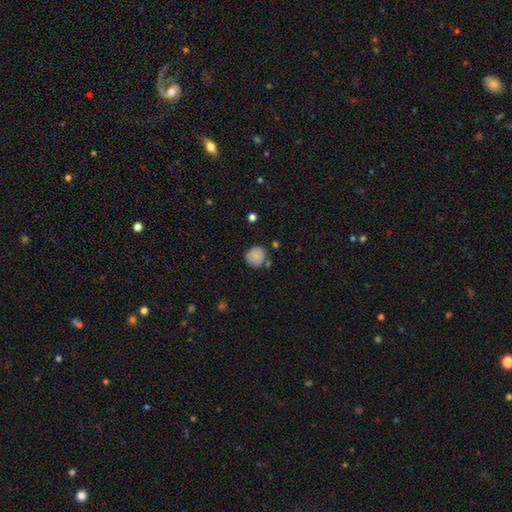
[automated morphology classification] This is clearly a smooth galaxy (84%). How rounded: clearly round (90%). Merging: likely none (74%).